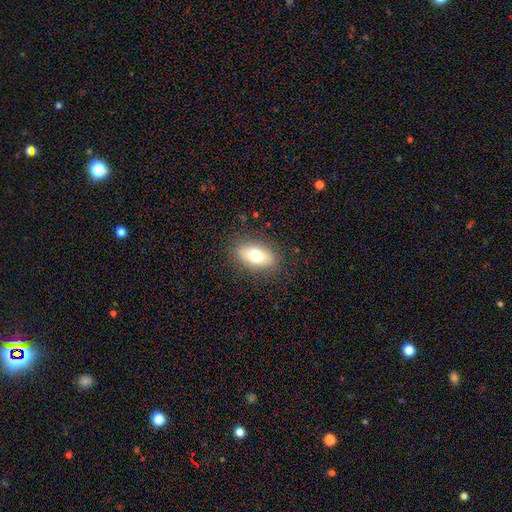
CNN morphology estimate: A smooth galaxy with no disk features (73%) that is in between round and cigar-shaped (89%).

Vote fractions:
- Smooth or featured? smooth: 73% / featured or disk: 19% / star or artifact: 8%
- How rounded? in between: 89% / round: 7% / cigar-shaped: 4%
- Merging? none: 85% / minor disturbance: 10% / major disturbance: 3% / merger: 1%